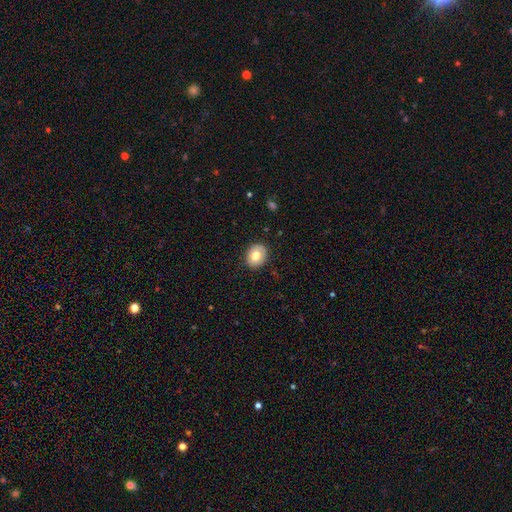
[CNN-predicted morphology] Smooth or featured?
  - smooth: 74% *
  - featured or disk: 18%
  - star or artifact: 8%
How rounded?
  - round: 55% *
  - in between: 44%
  - cigar-shaped: 1%
Merging?
  - none: 87% *
  - minor disturbance: 10%
  - major disturbance: 2%
  - merger: 1%